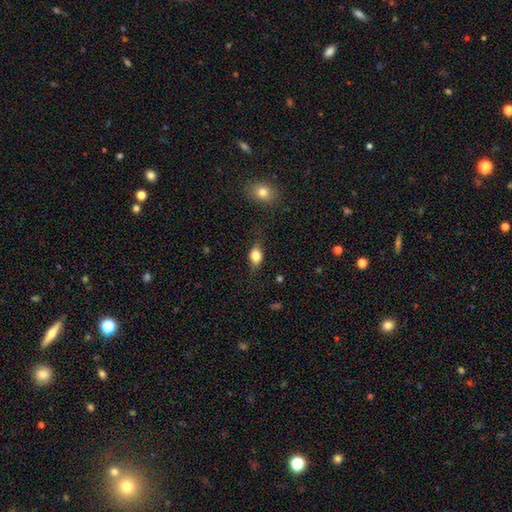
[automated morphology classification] Smooth or featured?
  - smooth: 78% *
  - featured or disk: 13%
  - star or artifact: 9%
How rounded?
  - in between: 72% *
  - round: 24%
  - cigar-shaped: 4%
Merging?
  - none: 70% *
  - minor disturbance: 20%
  - major disturbance: 8%
  - merger: 2%